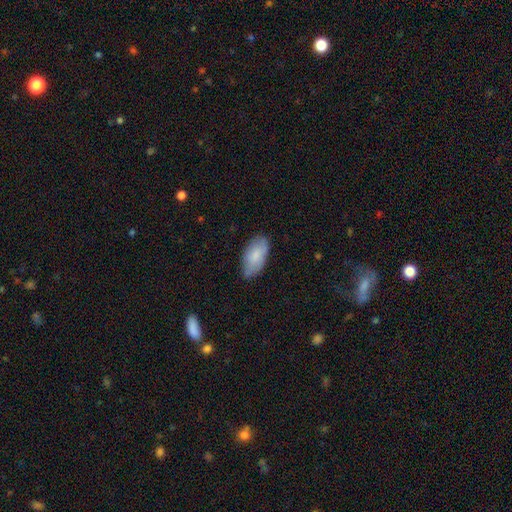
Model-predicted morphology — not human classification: smooth-or-featured: smooth: 78% | featured or disk: 16% | star or artifact: 6%
  how-rounded: in between: 94% | cigar-shaped: 4% | round: 2%
  merging: none: 71% | minor disturbance: 24% | major disturbance: 4% | merger: 1%